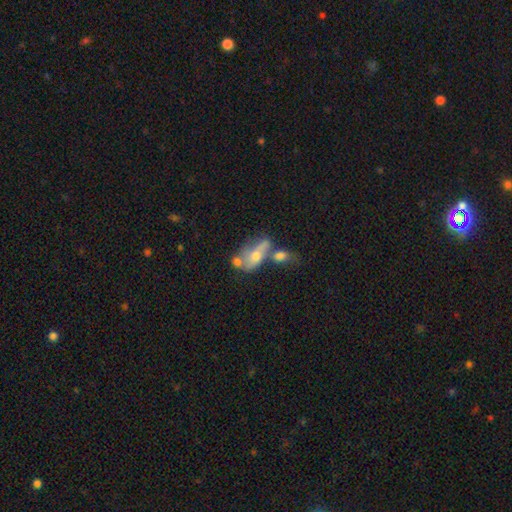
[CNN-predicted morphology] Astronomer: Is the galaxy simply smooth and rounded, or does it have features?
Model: smooth — 50% (runner-up: featured or disk, 41%).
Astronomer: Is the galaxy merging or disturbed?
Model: merger — 52%.